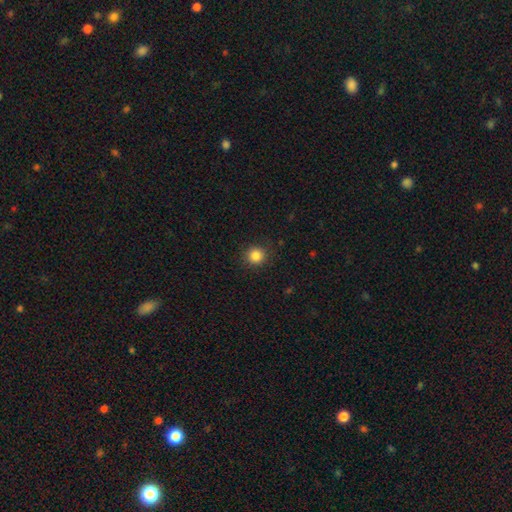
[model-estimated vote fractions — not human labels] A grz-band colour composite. It shows a smooth galaxy with no disk features (85%) that is round (93%). Merging: none (90%).